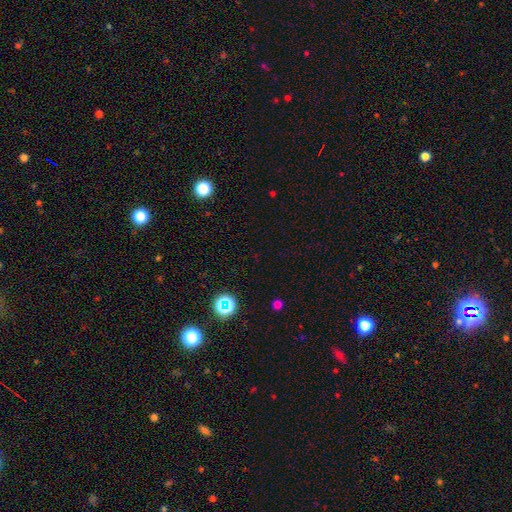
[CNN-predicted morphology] smooth_or_featured: star or artifact (p=0.66) [alt: smooth p=0.26]